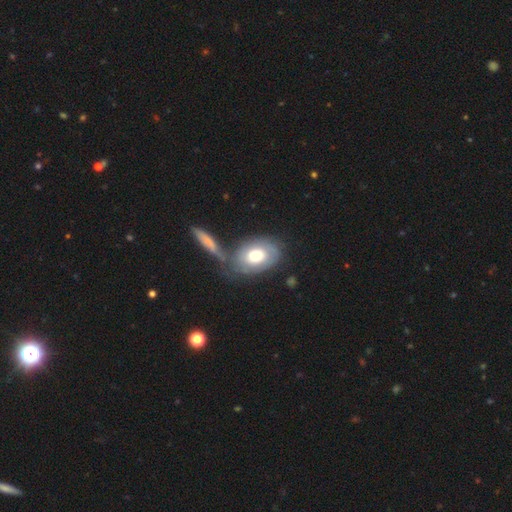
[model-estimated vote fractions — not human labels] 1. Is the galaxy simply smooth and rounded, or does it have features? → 49% smooth, 45% featured or disk, 6% star or artifact.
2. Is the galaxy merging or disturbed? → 51% none, 20% merger, 19% minor disturbance, 10% major disturbance.